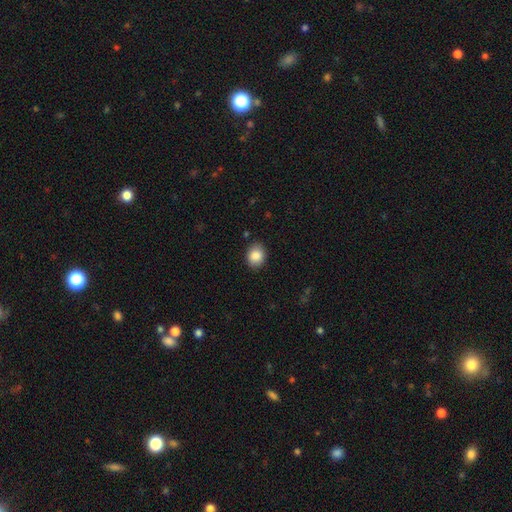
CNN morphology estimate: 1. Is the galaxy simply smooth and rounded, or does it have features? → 87% smooth, 8% star or artifact, 5% featured or disk.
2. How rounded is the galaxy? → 51% round, 48% in between, 1% cigar-shaped.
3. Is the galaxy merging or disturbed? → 87% none, 9% minor disturbance, 2% major disturbance, 1% merger.